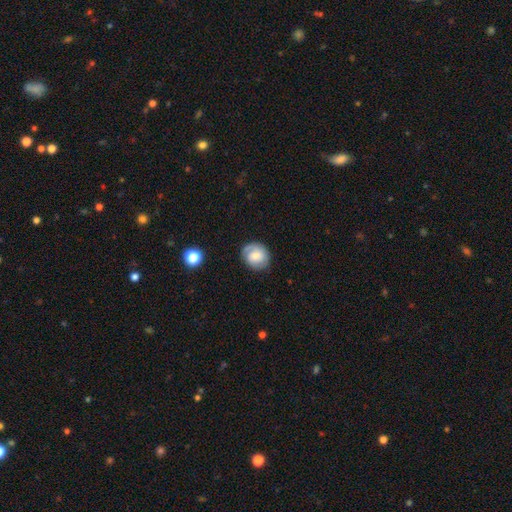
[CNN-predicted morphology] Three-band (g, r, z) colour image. It shows a featured or disk galaxy (50%). Merging: none (78%).